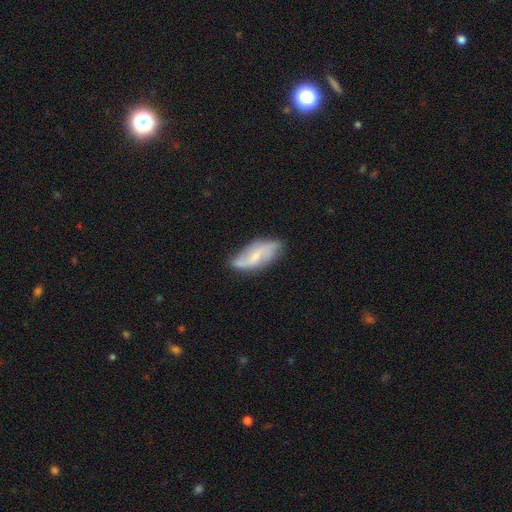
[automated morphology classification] A featured or disk galaxy (64%) with a weak bar (45%), spiral arms (86%) and a small central bulge (59%). Merging: none (66%).